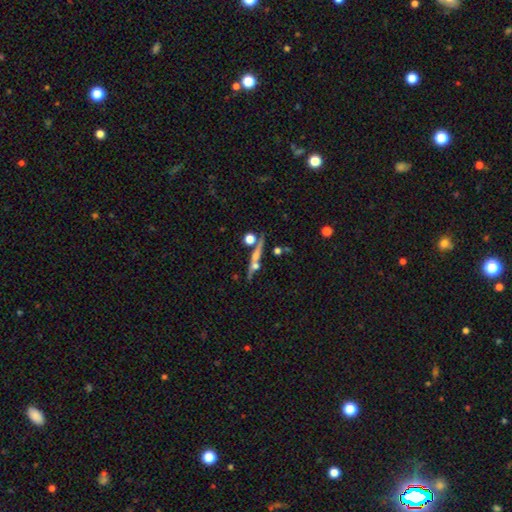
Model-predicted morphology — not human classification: This is possibly a featured or disk galaxy (60%). It is clearly viewed edge-on (89%). Edge-on bulge: likely rounded (73%). Merging: likely none (68%).